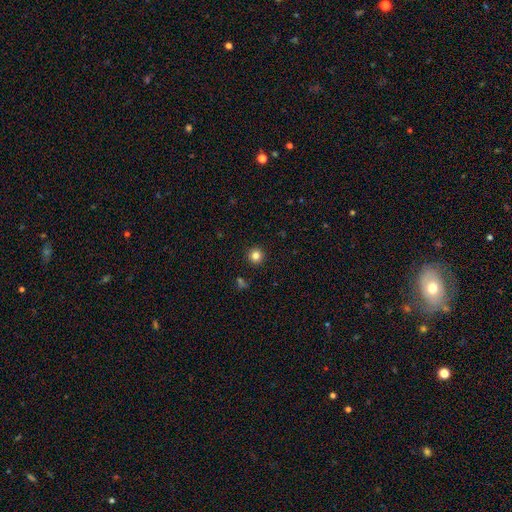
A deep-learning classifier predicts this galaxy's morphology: A smooth galaxy with no disk features (82%) that is round (95%).

Vote fractions:
- Smooth or featured? smooth: 82% / star or artifact: 12% / featured or disk: 5%
- How rounded? round: 95% / in between: 4% / cigar-shaped: 1%
- Merging? none: 93% / minor disturbance: 4% / major disturbance: 2% / merger: 1%